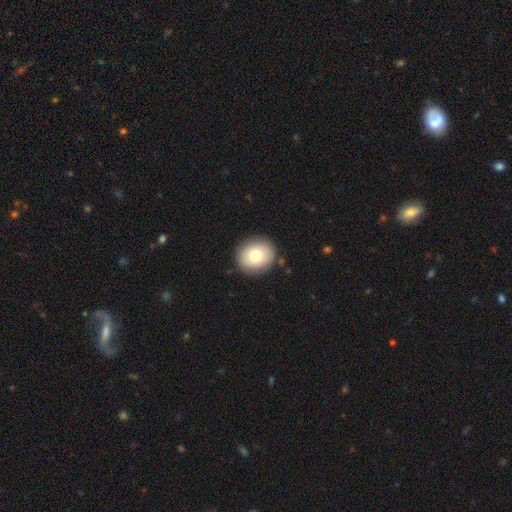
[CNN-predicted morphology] Overall: smooth (80%). How rounded: round (70%). Merging: none (89%).